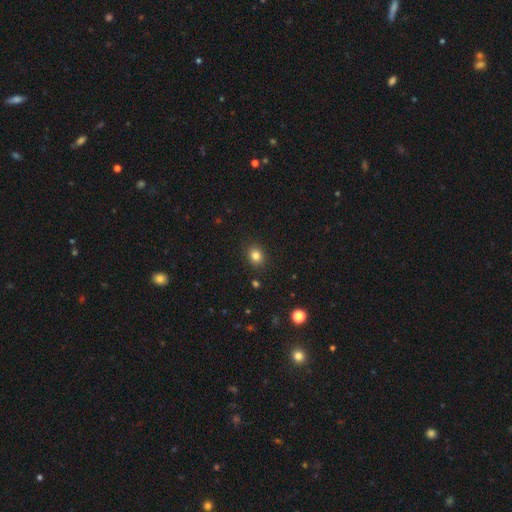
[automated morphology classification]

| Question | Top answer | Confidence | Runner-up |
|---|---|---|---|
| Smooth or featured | smooth | 82% | star or artifact (12%) |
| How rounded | round | 64% | in between (35%) |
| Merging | none | 89% | minor disturbance (7%) |